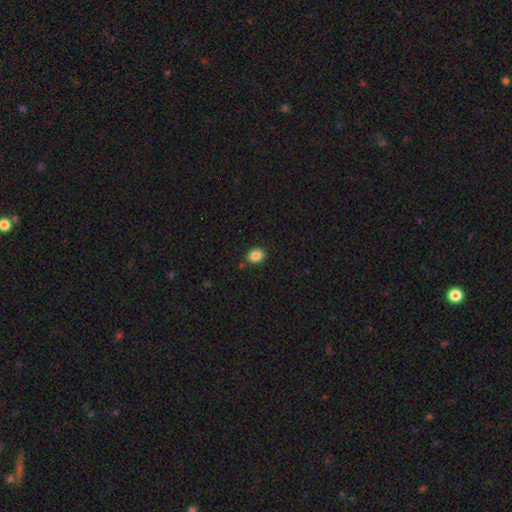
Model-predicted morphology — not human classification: smooth 87%, star or artifact 9%, featured or disk 4%. Down the decision tree: how rounded — in between (63%); merging — none (86%).